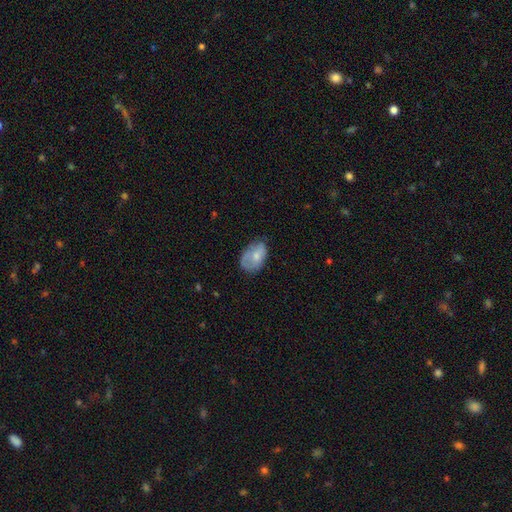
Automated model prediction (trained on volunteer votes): smooth 64%, featured or disk 29%, star or artifact 7%. Down the decision tree: how rounded — in between (86%); merging — none (49%).